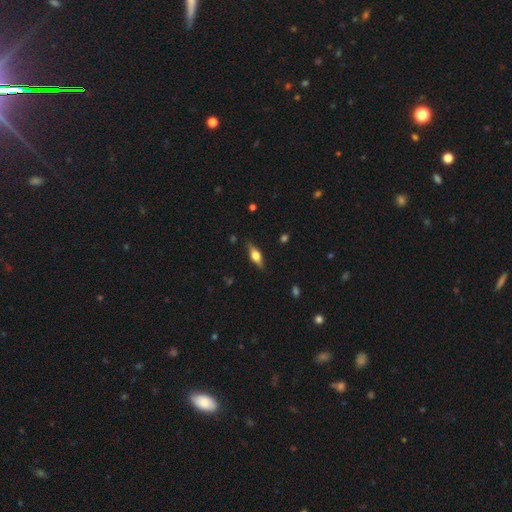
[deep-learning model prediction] Smooth or featured? Predicted: featured or disk (p=0.54). Edge-on disk? Predicted: yes (p=0.93). Merging? Predicted: none (p=0.85).